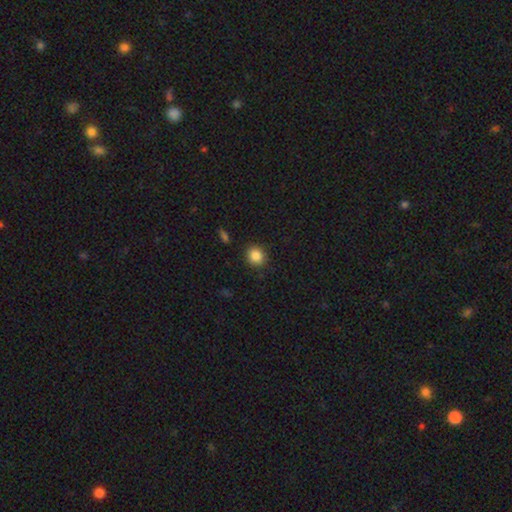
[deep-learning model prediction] Smooth or featured? Predicted: smooth (p=0.86). How rounded? Predicted: round (p=0.80). Merging? Predicted: none (p=0.88).